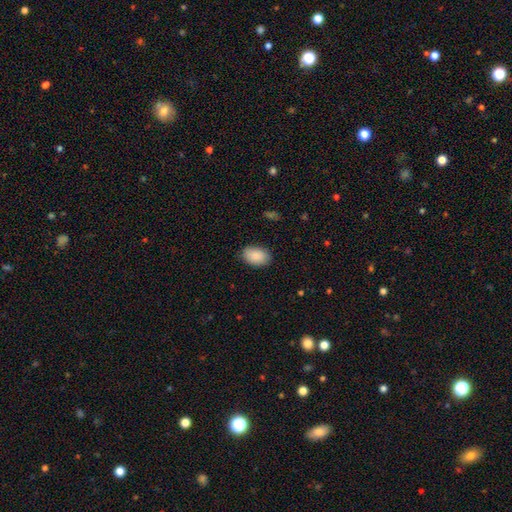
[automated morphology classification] Overall: smooth (90%). How rounded: in between (90%). Merging: none (86%).